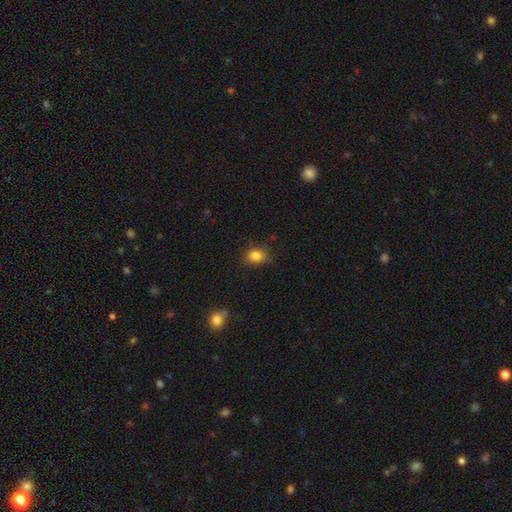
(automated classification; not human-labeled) Smooth or featured: smooth — 84% (star or artifact — 11%)
How rounded: in between — 50% (round — 49%)
Merging: none — 79% (minor disturbance — 16%)